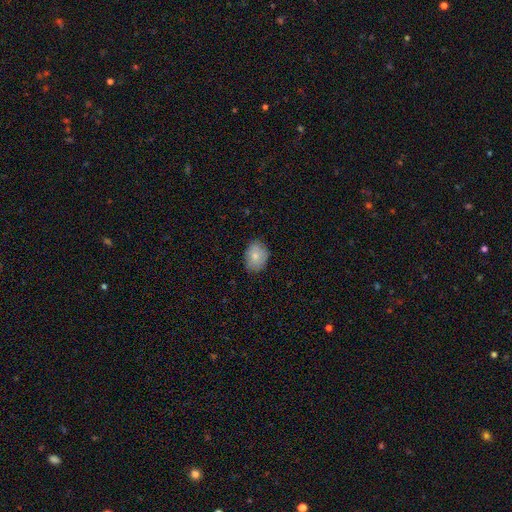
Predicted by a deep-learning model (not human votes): A smooth galaxy with no disk features (78%) that is in between round and cigar-shaped (65%).

Vote fractions:
- Smooth or featured? smooth: 78% / featured or disk: 14% / star or artifact: 8%
- How rounded? in between: 65% / round: 34% / cigar-shaped: 1%
- Merging? none: 77% / minor disturbance: 19% / major disturbance: 3% / merger: 1%